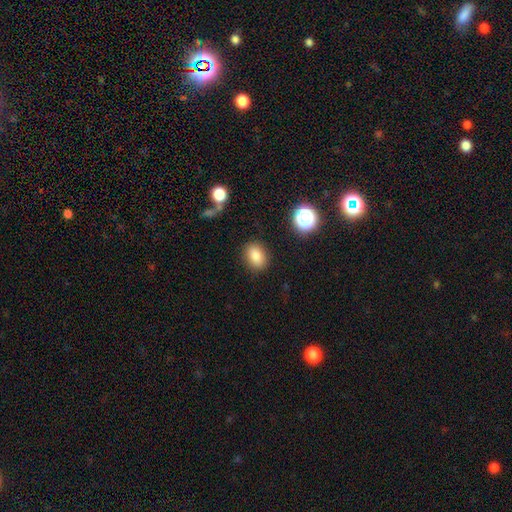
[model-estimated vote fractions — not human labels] A smooth galaxy with no disk features (83%) that is in between round and cigar-shaped (67%).

Vote fractions:
- Smooth or featured? smooth: 83% / star or artifact: 11% / featured or disk: 6%
- How rounded? in between: 67% / round: 32% / cigar-shaped: 1%
- Merging? none: 86% / minor disturbance: 10% / major disturbance: 3% / merger: 2%